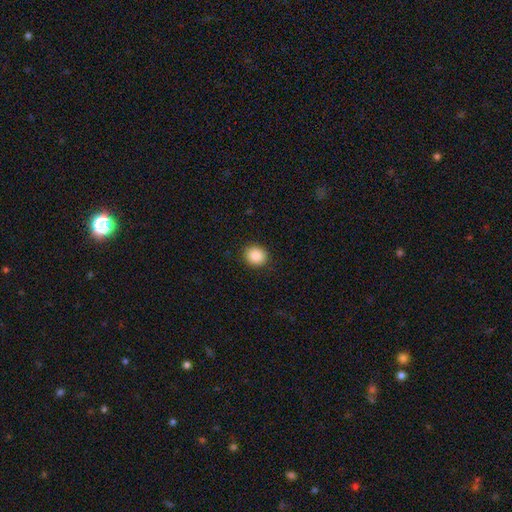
Smooth or featured? 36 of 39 (92%) said smooth. How rounded? 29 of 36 (81%) said round. Merging? 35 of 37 (95%) said none.